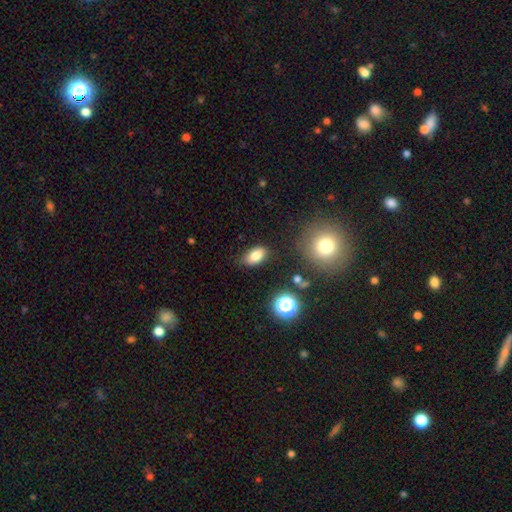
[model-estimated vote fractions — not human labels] smooth 81%, star or artifact 11%, featured or disk 8%. Down the decision tree: how rounded — in between (89%); merging — none (82%).